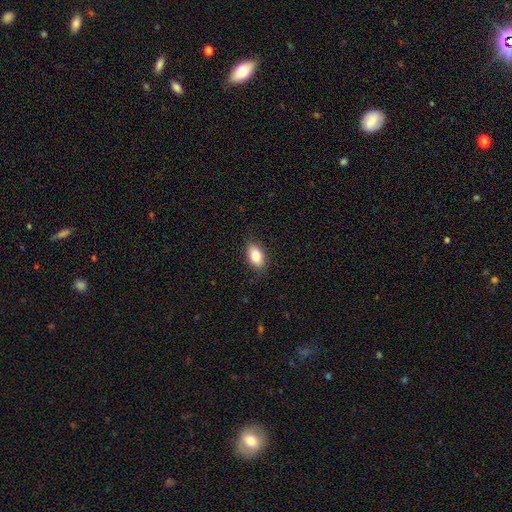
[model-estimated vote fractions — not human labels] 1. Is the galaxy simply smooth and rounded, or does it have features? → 83% smooth, 10% featured or disk, 7% star or artifact.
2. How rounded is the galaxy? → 90% in between, 6% round, 3% cigar-shaped.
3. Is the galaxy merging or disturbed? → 85% none, 11% minor disturbance, 3% major disturbance, 1% merger.